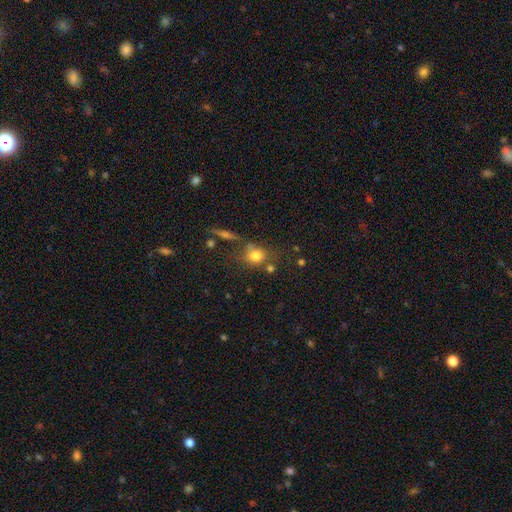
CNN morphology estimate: Q: Smooth or featured?
A: smooth (75%); runner-up: star or artifact (13%)
Q: How rounded?
A: round (60%); runner-up: in between (38%)
Q: Merging?
A: none (59%); runner-up: minor disturbance (17%)